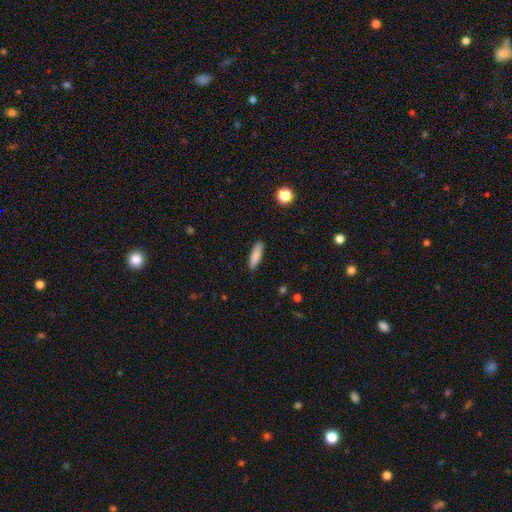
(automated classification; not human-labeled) A smooth galaxy with no disk features (85%) that is cigar-shaped (66%).

Vote fractions:
- Smooth or featured? smooth: 85% / featured or disk: 8% / star or artifact: 7%
- How rounded? cigar-shaped: 66% / in between: 32% / round: 2%
- Merging? none: 89% / minor disturbance: 8% / major disturbance: 2% / merger: 1%